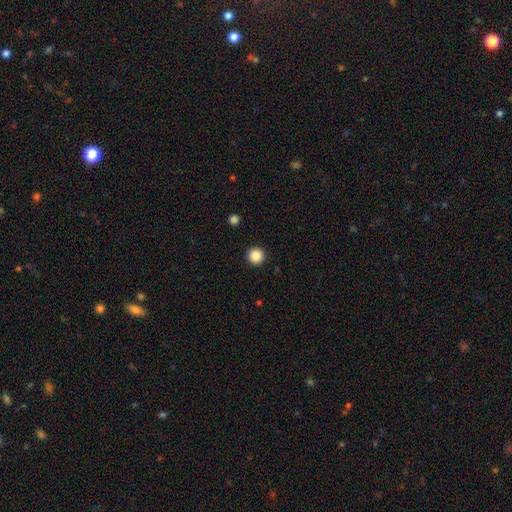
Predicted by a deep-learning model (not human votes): The model was most divided on "smooth or featured": smooth: 87%, star or artifact: 10%, featured or disk: 3%. More confident: how rounded — round (97%); merging — none (93%).